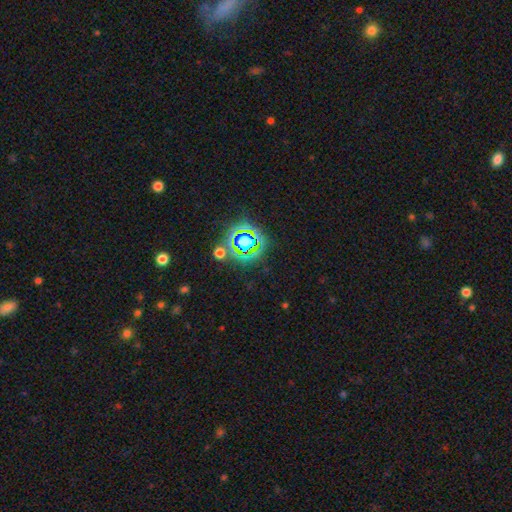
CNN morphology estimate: type=star or artifact (77%).